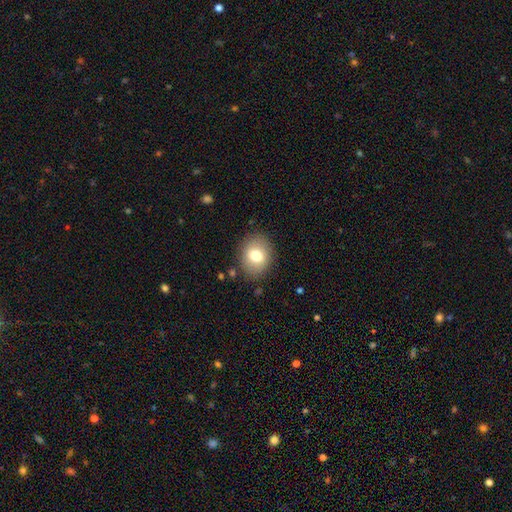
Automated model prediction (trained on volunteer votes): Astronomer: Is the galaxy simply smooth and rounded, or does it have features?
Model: smooth — 75%.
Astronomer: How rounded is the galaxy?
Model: round — 51% (runner-up: in between, 48%).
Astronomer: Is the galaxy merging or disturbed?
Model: none — 86%.